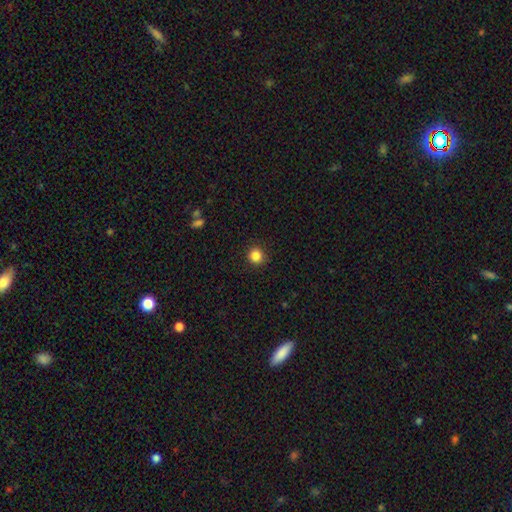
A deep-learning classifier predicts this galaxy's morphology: Q: Smooth or featured?
A: smooth (85%); runner-up: star or artifact (11%)
Q: How rounded?
A: round (93%); runner-up: in between (6%)
Q: Merging?
A: none (91%); runner-up: minor disturbance (6%)